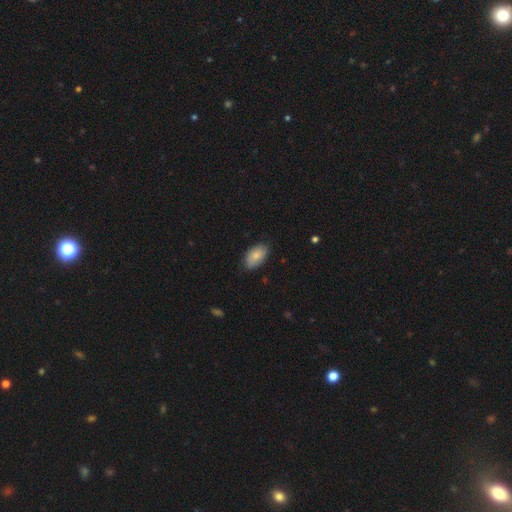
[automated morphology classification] type=smooth (83%); roundness=in between (94%); merging=none (81%).